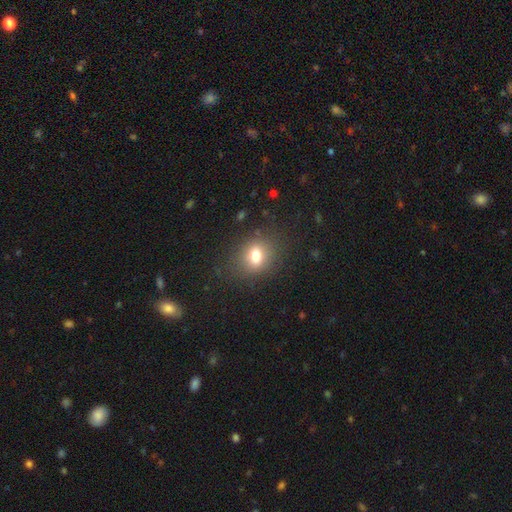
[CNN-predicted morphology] type=smooth (74%); roundness=round (51%); merging=none (82%).